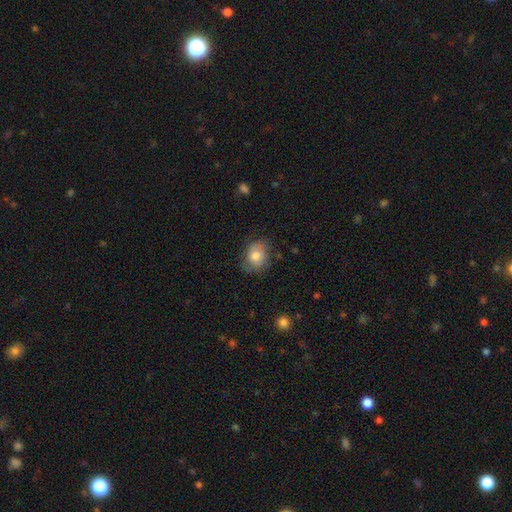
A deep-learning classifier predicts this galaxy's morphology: A smooth galaxy with no disk features (66%) that is round (51%).

Vote fractions:
- Smooth or featured? smooth: 66% / featured or disk: 25% / star or artifact: 9%
- How rounded? round: 51% / in between: 48% / cigar-shaped: 1%
- Merging? none: 66% / minor disturbance: 24% / major disturbance: 9% / merger: 1%